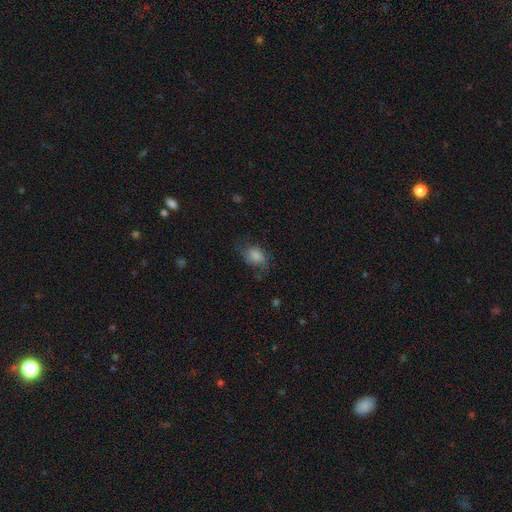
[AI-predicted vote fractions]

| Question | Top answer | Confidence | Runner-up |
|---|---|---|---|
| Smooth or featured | smooth | 77% | featured or disk (14%) |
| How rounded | in between | 78% | round (20%) |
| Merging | none | 54% | minor disturbance (27%) |